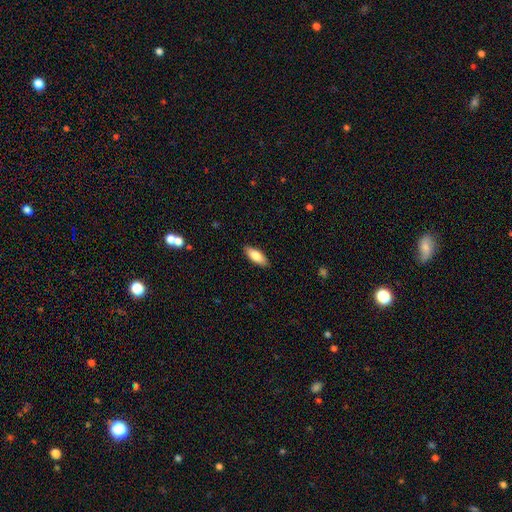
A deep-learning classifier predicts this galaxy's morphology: A smooth galaxy with no disk features (78%) that is in between round and cigar-shaped (75%).

Vote fractions:
- Smooth or featured? smooth: 78% / featured or disk: 16% / star or artifact: 6%
- How rounded? in between: 75% / cigar-shaped: 23% / round: 2%
- Merging? none: 89% / minor disturbance: 9% / major disturbance: 2% / merger: 1%